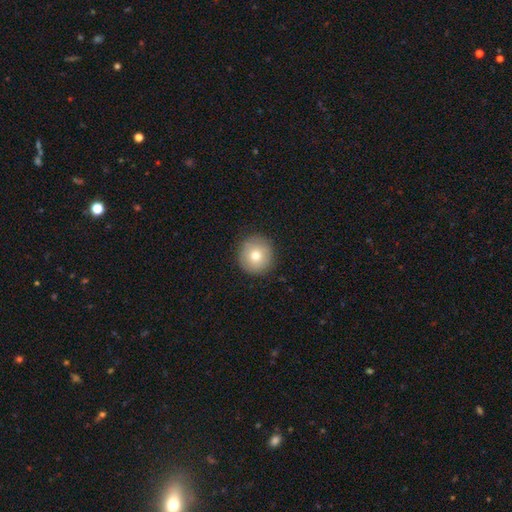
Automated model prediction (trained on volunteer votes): A smooth galaxy with no disk features (76%) that is round (94%). Merging: none (90%).